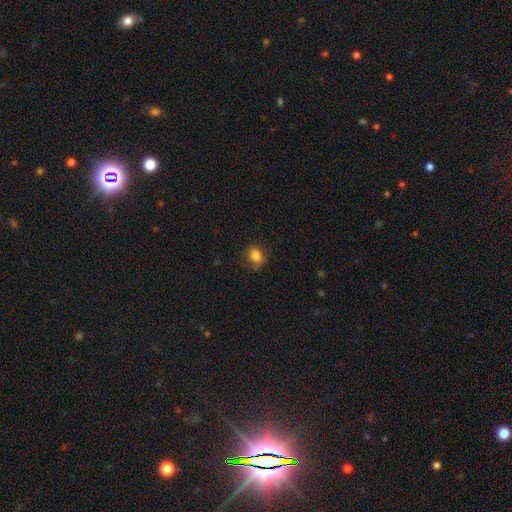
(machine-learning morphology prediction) This appears to be a smooth galaxy with no disk features (83%) that is round (54%). Merging: none (75%).